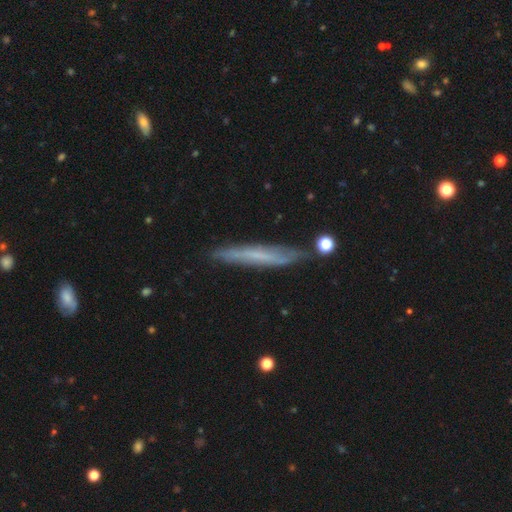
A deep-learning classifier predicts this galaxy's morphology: A featured or disk galaxy (49%).

Vote fractions:
- Smooth or featured? featured or disk: 49% / smooth: 43% / star or artifact: 8%
- Merging? none: 82% / minor disturbance: 13% / merger: 3% / major disturbance: 3%